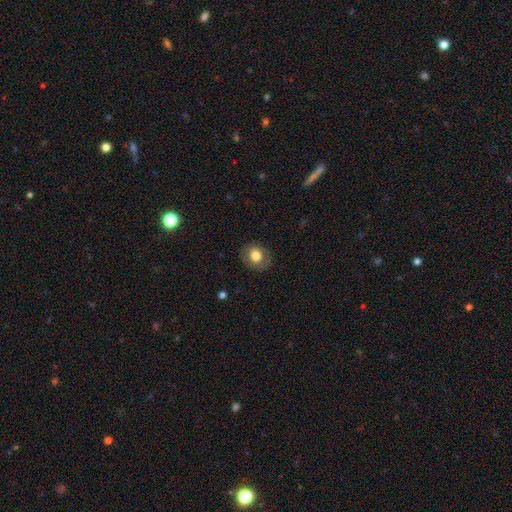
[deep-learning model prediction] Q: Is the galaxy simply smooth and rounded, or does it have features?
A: smooth — 76%.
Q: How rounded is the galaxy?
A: round — 72%.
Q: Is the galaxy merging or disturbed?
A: none — 85%.